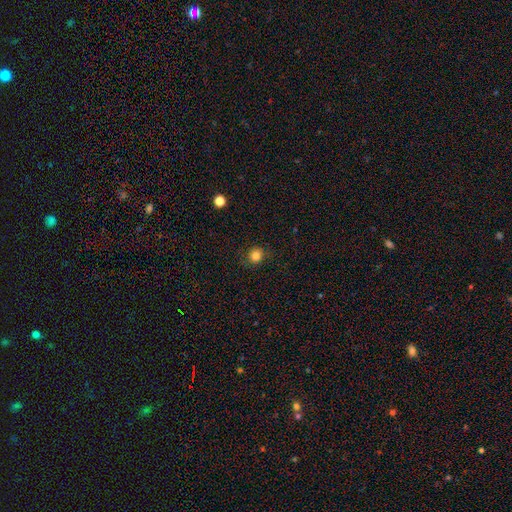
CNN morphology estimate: A smooth galaxy with no disk features (83%) that is round (88%). Merging: none (85%).